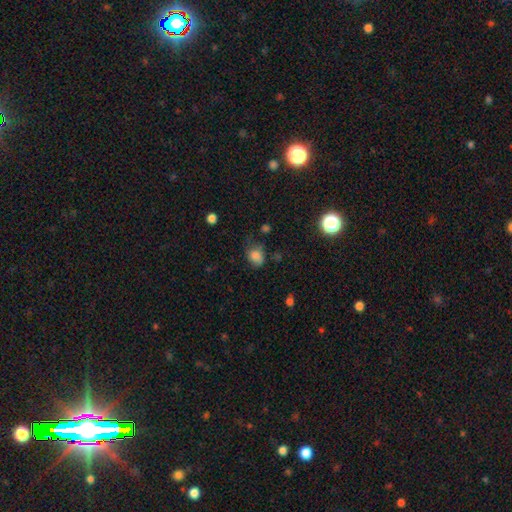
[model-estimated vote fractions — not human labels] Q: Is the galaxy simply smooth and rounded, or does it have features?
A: smooth — 78%.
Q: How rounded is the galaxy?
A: in between — 50%.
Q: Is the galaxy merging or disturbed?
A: none — 52%.